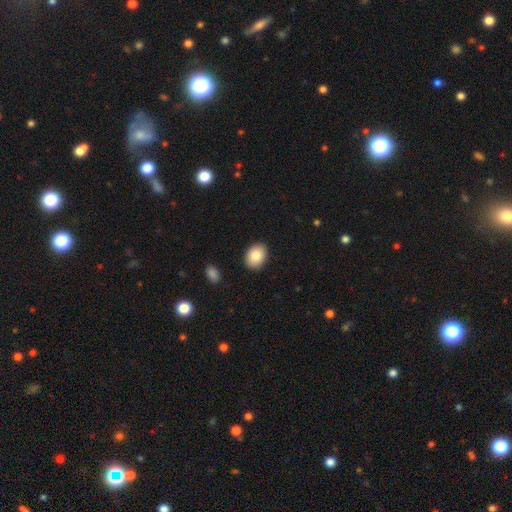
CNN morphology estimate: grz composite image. It shows a smooth galaxy with no disk features (85%) that is in between round and cigar-shaped (70%). Merging: none (89%).